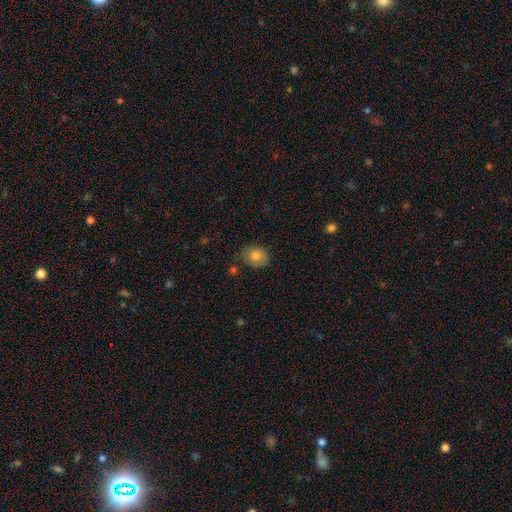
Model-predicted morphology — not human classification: smooth_or_featured: smooth (p=0.79) [alt: featured or disk p=0.11]
how_rounded: round (p=0.53) [alt: in between p=0.46]
merging: none (p=0.74) [alt: minor disturbance p=0.19]